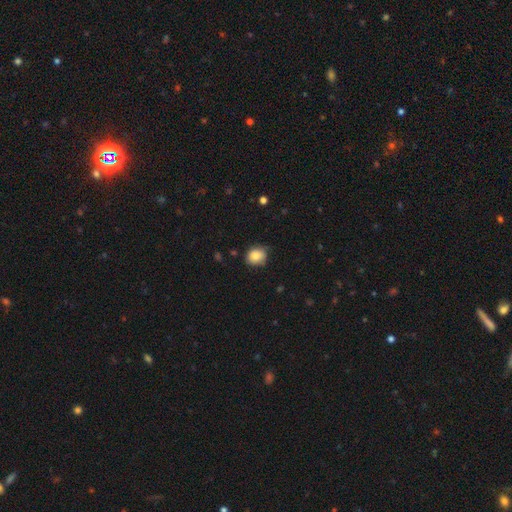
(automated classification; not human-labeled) smooth 83%, star or artifact 9%, featured or disk 8%. Down the decision tree: how rounded — round (68%); merging — none (69%).